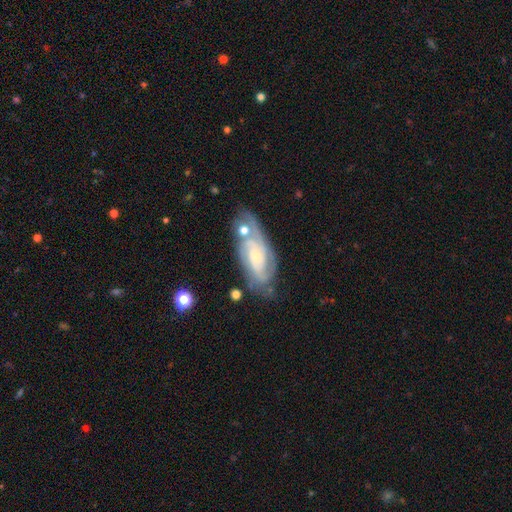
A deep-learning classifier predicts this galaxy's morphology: Overall: featured or disk (81%). Edge-on disk: no (93%). Bar: no (57%; weak 34%). Spiral arms: yes (95%). Spiral arm count: 2 (41%; can't tell 27%). Spiral winding: tight (58%; medium 34%). Bulge size: small (61%; moderate 29%). Merging: none (61%).